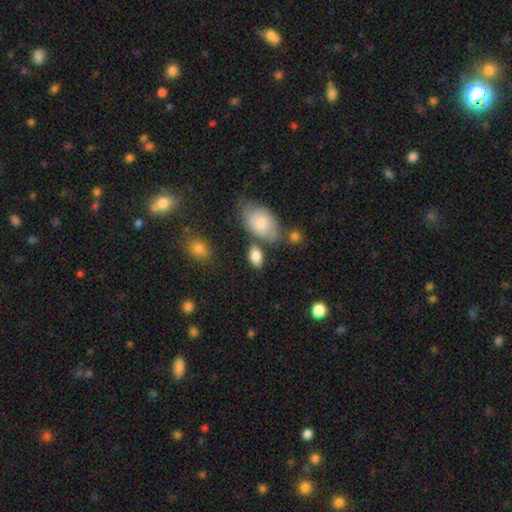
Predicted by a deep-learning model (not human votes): The model was most divided on "merging": none: 64%, minor disturbance: 17%, merger: 14%, major disturbance: 5%. More confident: how rounded — in between (88%); smooth or featured — smooth (83%).